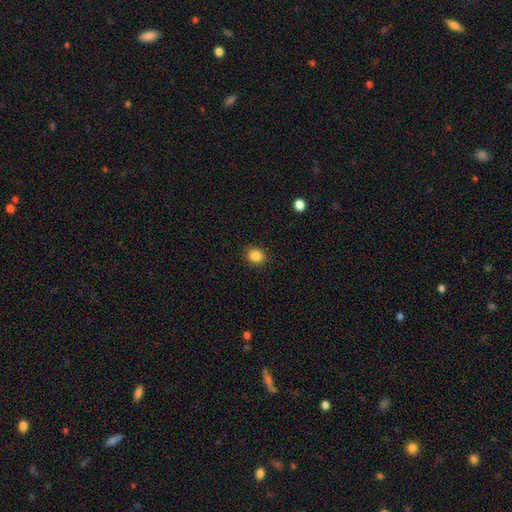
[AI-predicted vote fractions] A smooth galaxy with no disk features (86%) that is round (75%).

Vote fractions:
- Smooth or featured? smooth: 86% / star or artifact: 10% / featured or disk: 4%
- How rounded? round: 75% / in between: 24% / cigar-shaped: 1%
- Merging? none: 89% / minor disturbance: 7% / major disturbance: 2% / merger: 1%